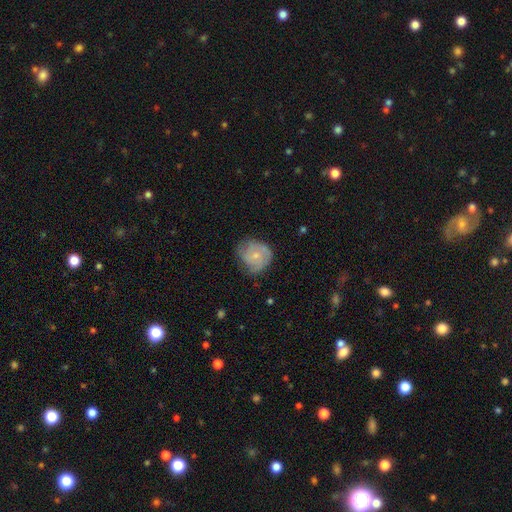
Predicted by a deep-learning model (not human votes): Smooth or featured? Predicted: featured or disk (p=0.51). Edge-on disk? Predicted: no (p=0.98). Bar? Predicted: no (p=0.81). Spiral arms? Predicted: yes (p=0.79). Bulge size? Predicted: small (p=0.64). Merging? Predicted: none (p=0.61).